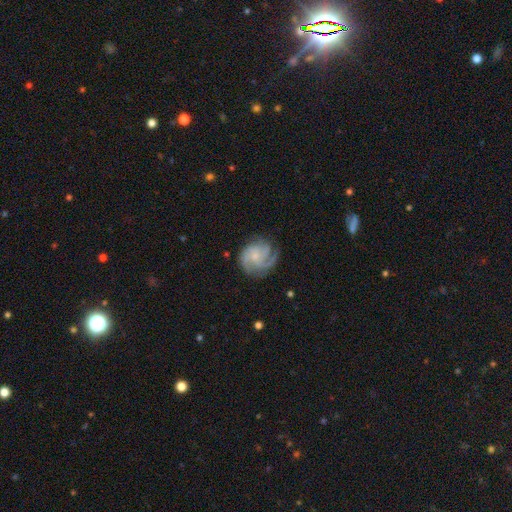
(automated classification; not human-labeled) Overall: featured or disk (80%). Edge-on disk: no (98%). Bar: no (68%). Spiral arms: yes (96%). Spiral arm count: 3 (46%; can't tell 17%). Spiral winding: tight (47%; medium 41%). Bulge size: small (49%; moderate 26%). Merging: none (71%).